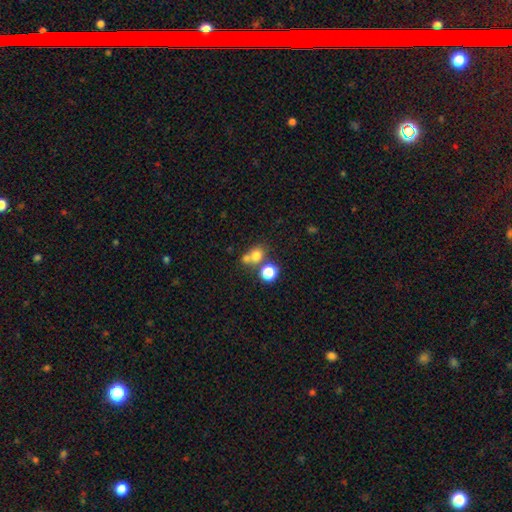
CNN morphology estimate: A smooth galaxy with no disk features (73%) that is round (77%).

Vote fractions:
- Smooth or featured? smooth: 73% / star or artifact: 16% / featured or disk: 11%
- How rounded? round: 77% / in between: 22% / cigar-shaped: 1%
- Merging? none: 48% / merger: 39% / minor disturbance: 8% / major disturbance: 5%